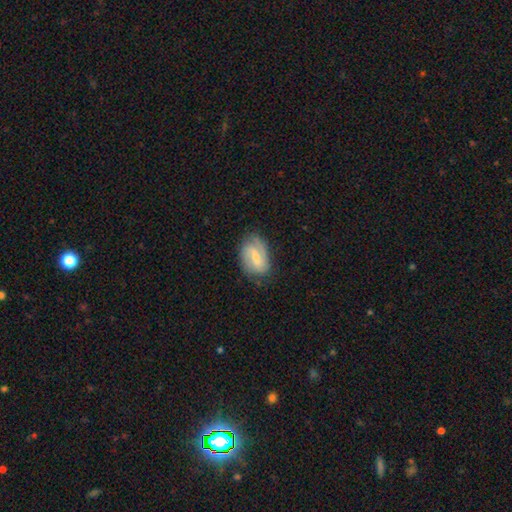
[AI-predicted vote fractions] Morphology: type=featured or disk (68%); edge-on=no (96%); bar=weak (53%); spiral arms=yes (90%); winding=medium (43%); arm count=2 (78%); bulge=small (51%); merging=none (77%).